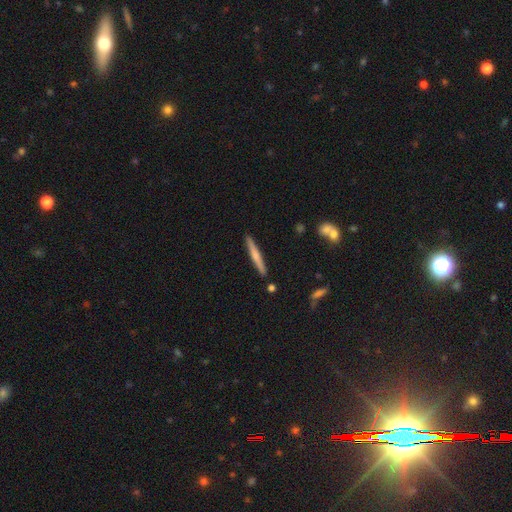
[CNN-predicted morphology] A smooth galaxy with no disk features (53%) that is cigar-shaped (95%).

Vote fractions:
- Smooth or featured? smooth: 53% / featured or disk: 42% / star or artifact: 6%
- How rounded? cigar-shaped: 95% / in between: 3% / round: 1%
- Merging? none: 89% / minor disturbance: 7% / merger: 2% / major disturbance: 1%